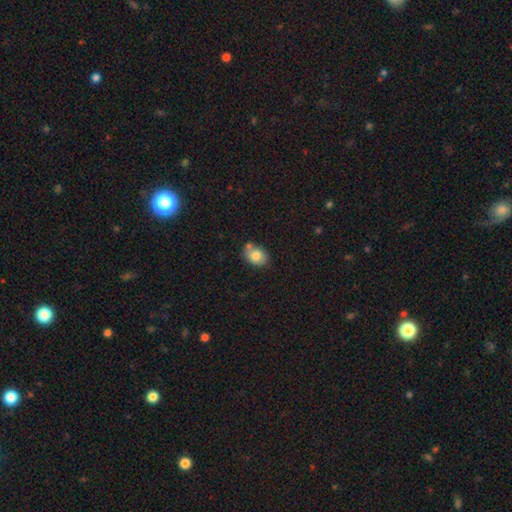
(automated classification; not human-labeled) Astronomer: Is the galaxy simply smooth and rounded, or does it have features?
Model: smooth — 78%.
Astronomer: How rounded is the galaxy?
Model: in between — 62% (runner-up: round, 37%).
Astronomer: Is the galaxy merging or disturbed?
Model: none — 60%.